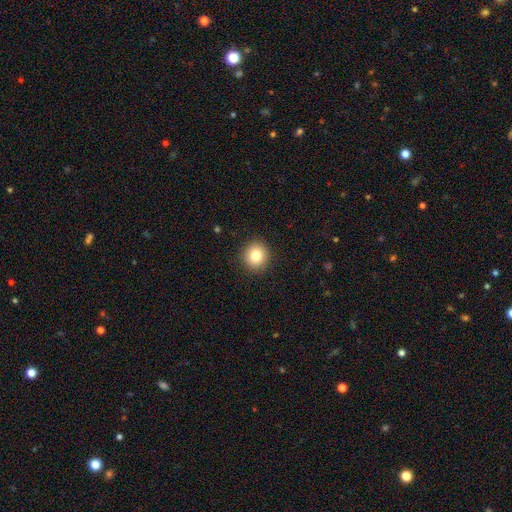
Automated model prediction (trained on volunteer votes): smooth-or-featured: smooth: 82% | star or artifact: 10% | featured or disk: 8%
  how-rounded: round: 89% | in between: 10% | cigar-shaped: 1%
  merging: none: 91% | minor disturbance: 6% | major disturbance: 2% | merger: 1%